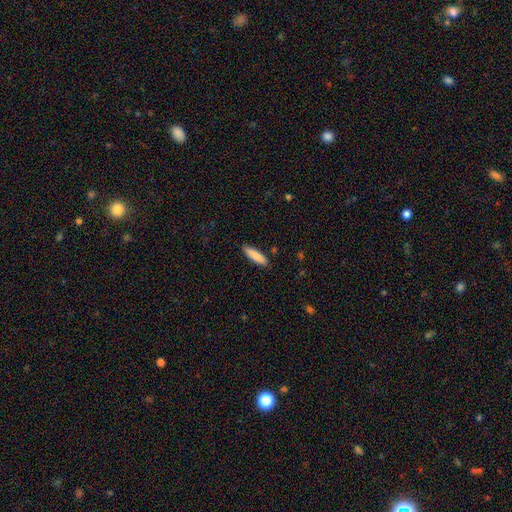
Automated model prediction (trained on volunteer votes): Smooth or featured? Predicted: smooth (p=0.86). How rounded? Predicted: cigar-shaped (p=0.71). Merging? Predicted: none (p=0.89).